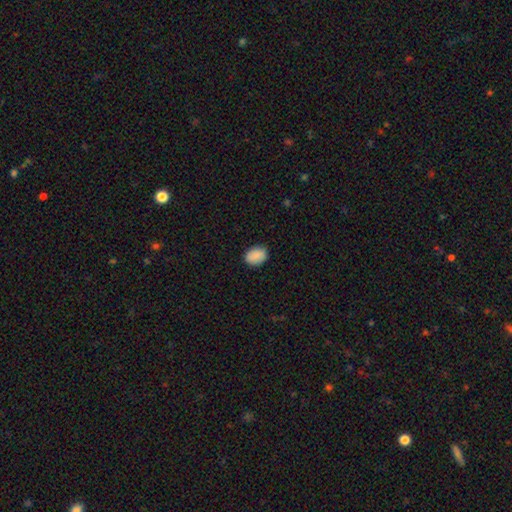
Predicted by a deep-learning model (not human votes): Smooth or featured? smooth (88%)
How rounded? in between (72%)
Merging? none (88%)